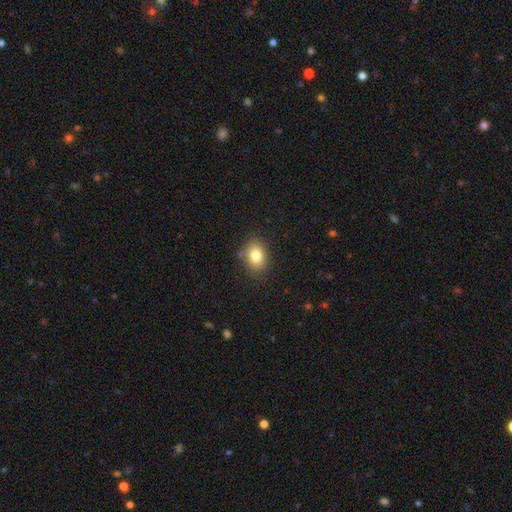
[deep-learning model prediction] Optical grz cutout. It shows a smooth galaxy with no disk features (81%) that is in between round and cigar-shaped (68%). Merging: none (80%).